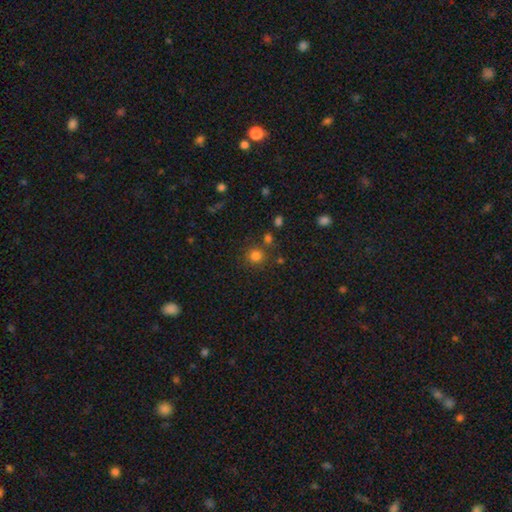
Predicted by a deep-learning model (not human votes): smooth_or_featured: smooth (p=0.79) [alt: star or artifact p=0.16]
how_rounded: round (p=0.90) [alt: in between p=0.09]
merging: none (p=0.77) [alt: merger p=0.10]